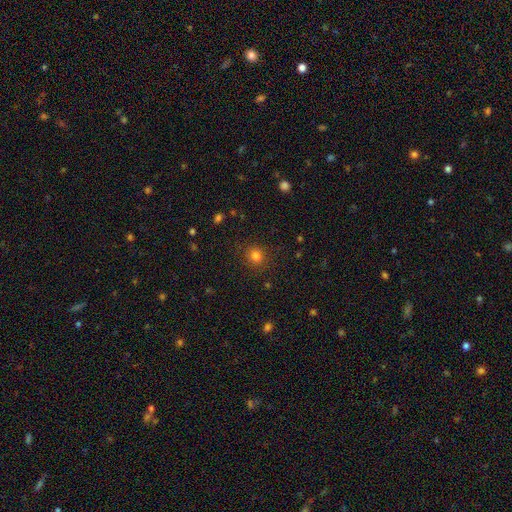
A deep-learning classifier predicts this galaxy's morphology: The model was most divided on "smooth or featured": smooth: 80%, star or artifact: 15%, featured or disk: 6%. More confident: merging — none (87%); how rounded — round (85%).